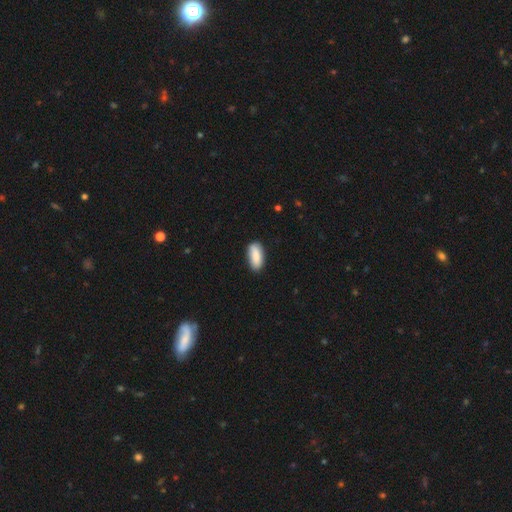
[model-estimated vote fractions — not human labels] A smooth galaxy with no disk features (88%) that is in between round and cigar-shaped (84%).

Vote fractions:
- Smooth or featured? smooth: 88% / featured or disk: 6% / star or artifact: 6%
- How rounded? in between: 84% / cigar-shaped: 14% / round: 2%
- Merging? none: 80% / minor disturbance: 16% / major disturbance: 3% / merger: 1%